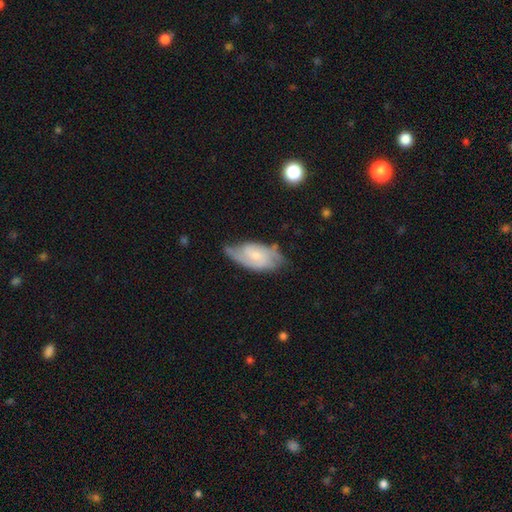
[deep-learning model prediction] featured or disk 65%, smooth 28%, star or artifact 6%. Down the decision tree: edge-on disk — no (94%); bar — no (52%); spiral arms — yes (90%); spiral arm count — 2 (66%); spiral winding — medium (44%); bulge size — small (53%); merging — none (57%).